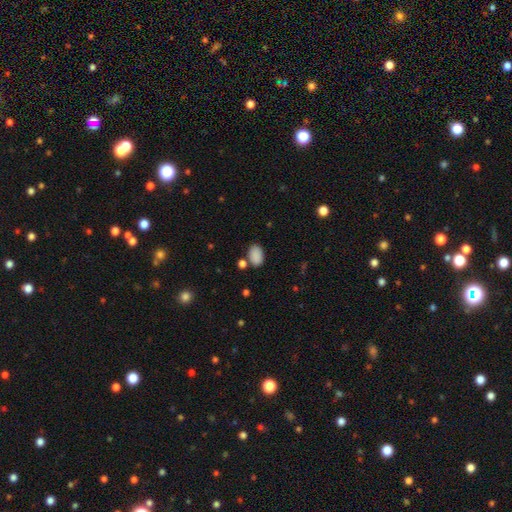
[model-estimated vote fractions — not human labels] A smooth galaxy with no disk features (88%) that is in between round and cigar-shaped (90%).

Vote fractions:
- Smooth or featured? smooth: 88% / star or artifact: 9% / featured or disk: 4%
- How rounded? in between: 90% / round: 8% / cigar-shaped: 1%
- Merging? none: 76% / minor disturbance: 13% / merger: 7% / major disturbance: 4%